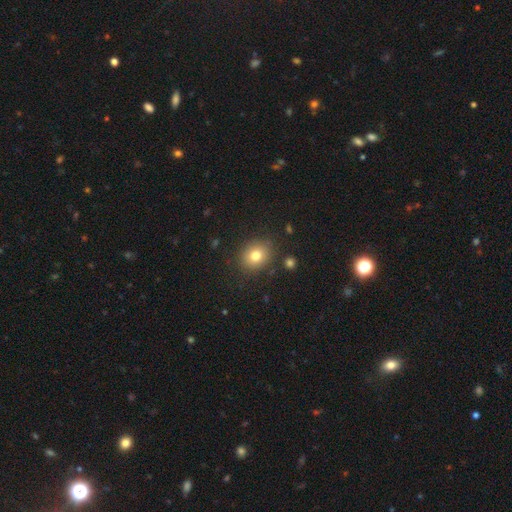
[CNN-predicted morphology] A smooth galaxy with no disk features (78%) that is round (62%). Merging: none (86%).